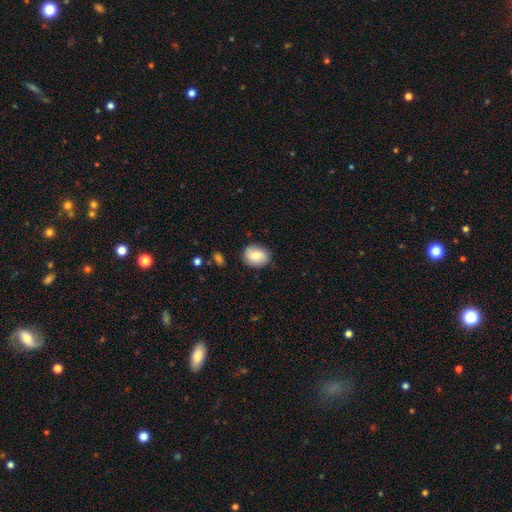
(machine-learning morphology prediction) A smooth galaxy with no disk features (75%) that is in between round and cigar-shaped (53%). Merging: none (82%).